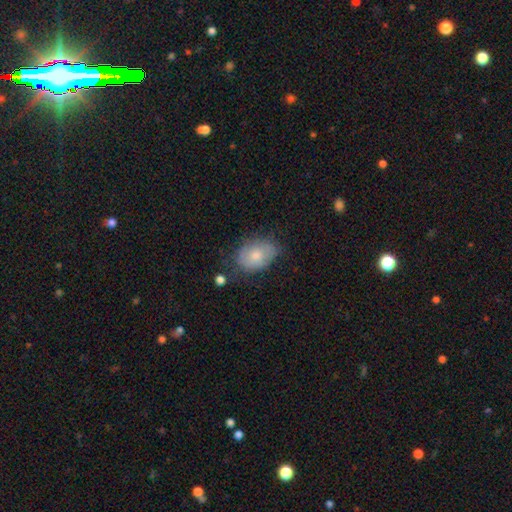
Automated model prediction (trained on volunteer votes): Smooth or featured? smooth (71%)
How rounded? in between (79%)
Merging? none (59%)